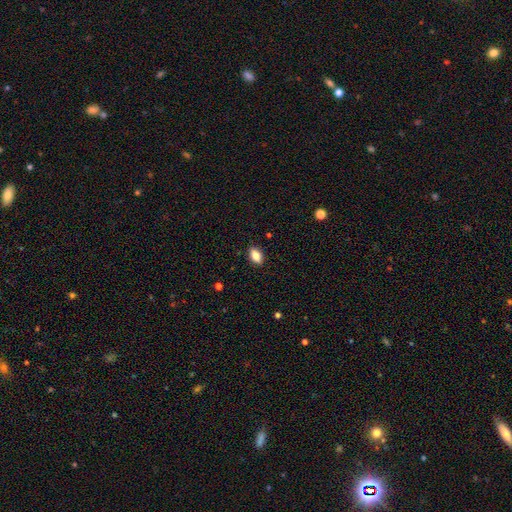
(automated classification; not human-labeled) smooth 82%, featured or disk 10%, star or artifact 8%. Down the decision tree: how rounded — in between (87%); merging — none (88%).